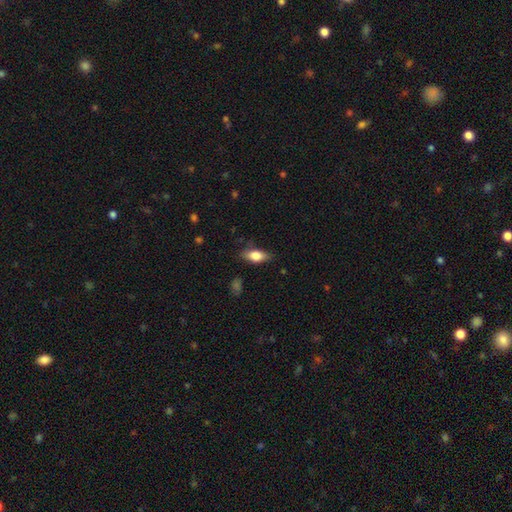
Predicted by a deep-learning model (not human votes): Smooth or featured?
  - smooth: 75% *
  - featured or disk: 18%
  - star or artifact: 7%
How rounded?
  - in between: 81% *
  - cigar-shaped: 15%
  - round: 4%
Merging?
  - none: 77% *
  - minor disturbance: 18%
  - major disturbance: 4%
  - merger: 2%